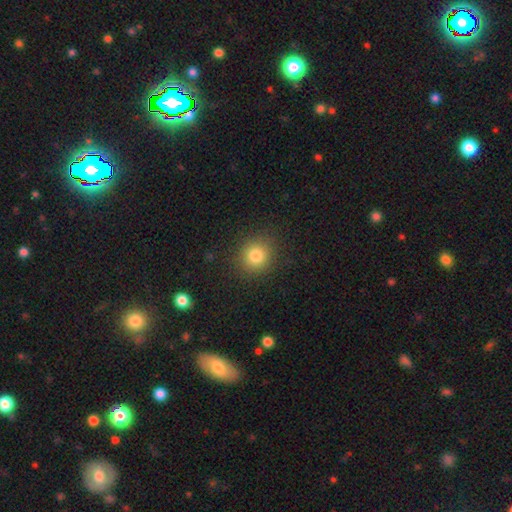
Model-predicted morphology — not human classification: Smooth or featured?
  - smooth: 81% *
  - star or artifact: 13%
  - featured or disk: 6%
How rounded?
  - round: 85% *
  - in between: 14%
  - cigar-shaped: 1%
Merging?
  - none: 88% *
  - minor disturbance: 8%
  - major disturbance: 3%
  - merger: 1%